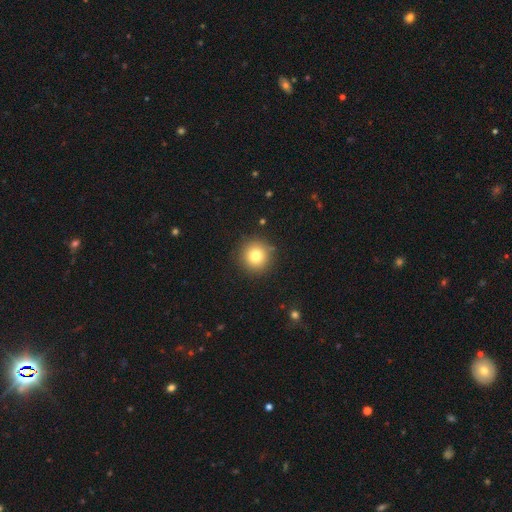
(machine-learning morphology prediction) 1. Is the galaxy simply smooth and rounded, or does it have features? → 78% smooth, 12% star or artifact, 10% featured or disk.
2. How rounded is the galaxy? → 94% round, 5% in between, 1% cigar-shaped.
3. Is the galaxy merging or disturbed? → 88% none, 8% minor disturbance, 2% major disturbance, 2% merger.